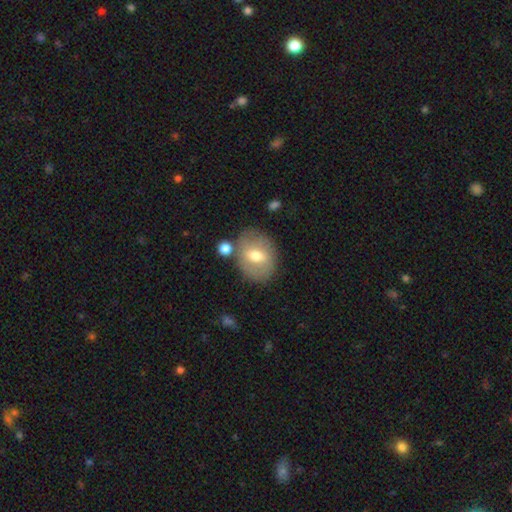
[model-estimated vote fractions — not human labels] Morphology: type=smooth (54%); roundness=in between (52%); merging=none (76%).